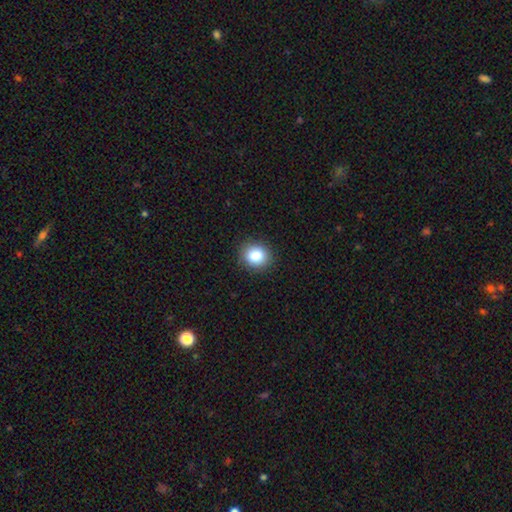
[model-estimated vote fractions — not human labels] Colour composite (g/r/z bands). It shows a smooth galaxy with no disk features (83%) that is round (76%). Merging: none (90%).